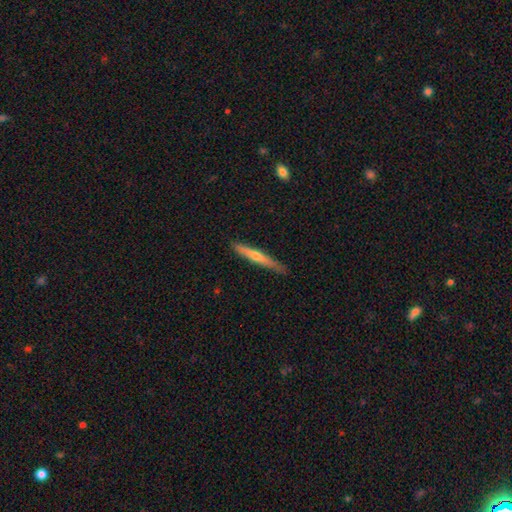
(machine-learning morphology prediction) Smooth or featured? featured or disk (51%)
Edge-on disk? yes (94%)
Merging? none (84%)